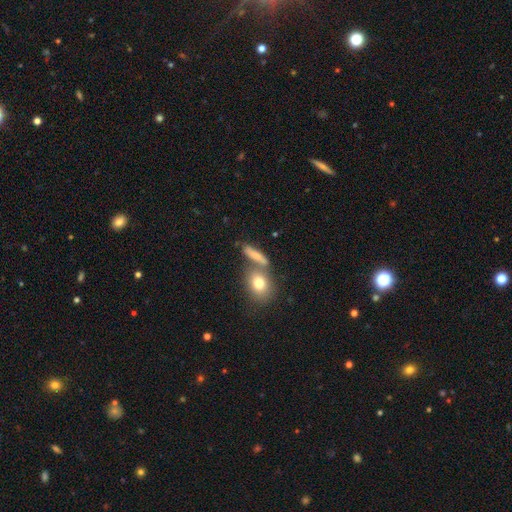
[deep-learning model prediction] Q: Smooth or featured?
A: smooth (73%); runner-up: featured or disk (17%)
Q: How rounded?
A: cigar-shaped (44%); runner-up: in between (40%)
Q: Merging?
A: none (56%); runner-up: merger (27%)